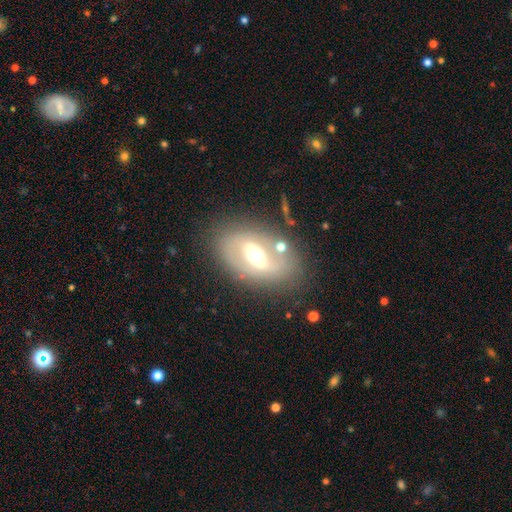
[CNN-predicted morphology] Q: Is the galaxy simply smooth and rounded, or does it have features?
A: featured or disk — 70%.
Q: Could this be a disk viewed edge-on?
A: no — 91%.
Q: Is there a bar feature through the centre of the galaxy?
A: weak — 42%.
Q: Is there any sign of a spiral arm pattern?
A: yes — 57%.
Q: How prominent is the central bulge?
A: moderate — 68%.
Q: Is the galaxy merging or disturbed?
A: none — 74%.